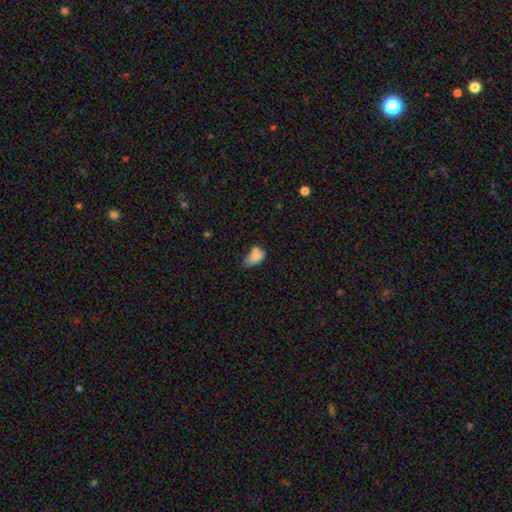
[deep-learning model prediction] This appears to be a smooth galaxy with no disk features (77%) that is in between round and cigar-shaped (89%). Merging: minor disturbance (36%).